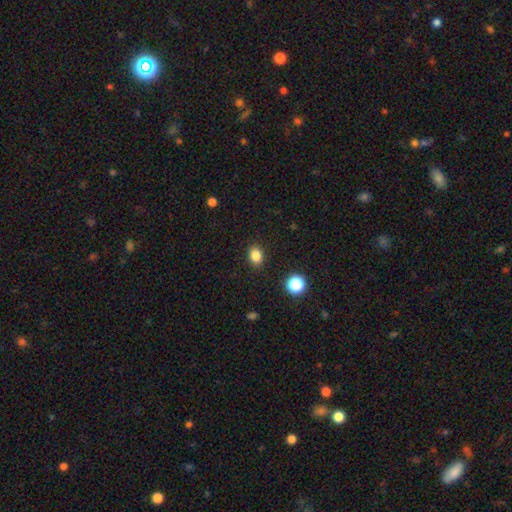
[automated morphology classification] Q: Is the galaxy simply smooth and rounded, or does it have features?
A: smooth — 84%.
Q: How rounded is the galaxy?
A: in between — 61%.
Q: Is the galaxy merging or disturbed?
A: none — 89%.